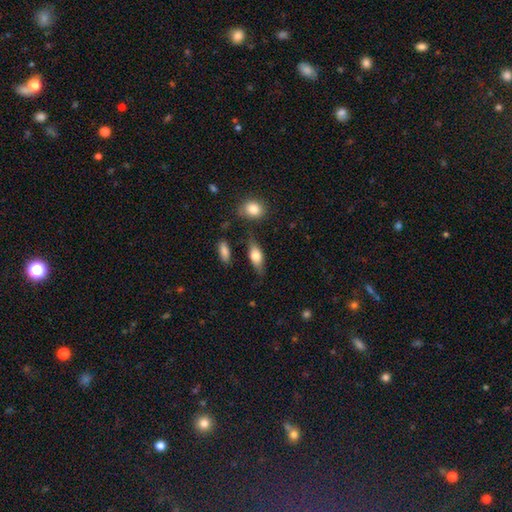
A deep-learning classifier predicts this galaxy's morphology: Smooth or featured? smooth (68%)
How rounded? in between (77%)
Merging? none (72%)